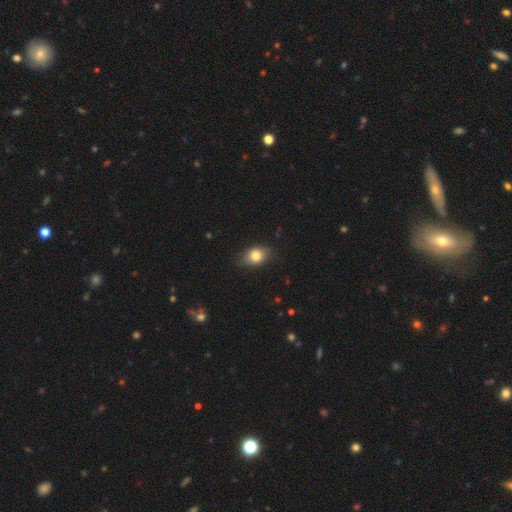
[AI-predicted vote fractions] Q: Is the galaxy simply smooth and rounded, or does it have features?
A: smooth — 77%.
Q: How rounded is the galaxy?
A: in between — 70%.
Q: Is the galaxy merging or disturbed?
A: none — 76%.